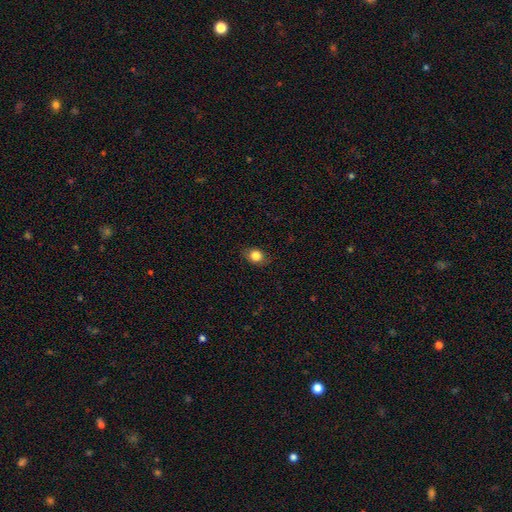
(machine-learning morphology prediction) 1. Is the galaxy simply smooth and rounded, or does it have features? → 83% smooth, 10% star or artifact, 7% featured or disk.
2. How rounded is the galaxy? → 51% round, 47% in between, 1% cigar-shaped.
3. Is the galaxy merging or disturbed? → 84% none, 12% minor disturbance, 3% major disturbance, 1% merger.